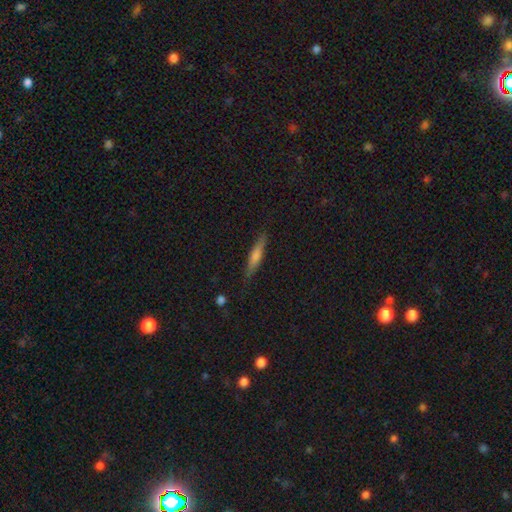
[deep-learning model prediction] smooth-or-featured: smooth: 57% | featured or disk: 35% | star or artifact: 7%
  how-rounded: cigar-shaped: 88% | in between: 10% | round: 2%
  merging: none: 86% | minor disturbance: 10% | major disturbance: 2% | merger: 1%